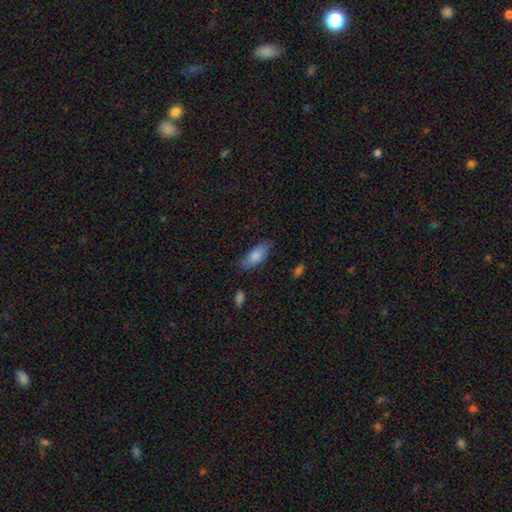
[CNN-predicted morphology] This appears to be a smooth galaxy with no disk features (80%) that is in between round and cigar-shaped (83%). Merging: none (72%).